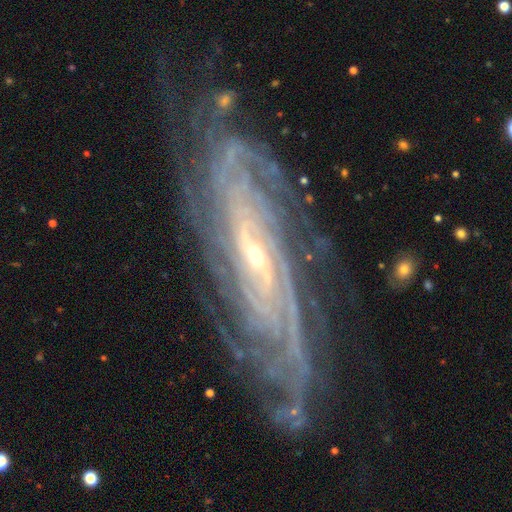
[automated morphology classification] This is clearly a featured or disk galaxy (88%). It is clearly not viewed edge-on (84%). Bar: possibly no (51%). Spiral arm pattern: clearly yes (97%). Spiral arm count: marginally can't tell (31%). Spiral winding: likely tight (73%). Central bulge: likely small (78%). Merging: likely none (78%).